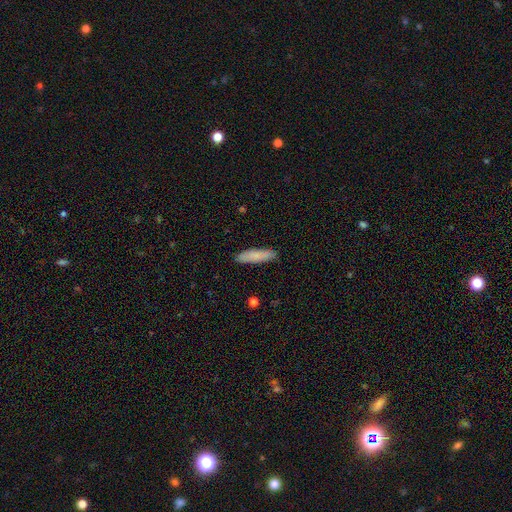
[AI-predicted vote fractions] This appears to be a smooth galaxy with no disk features (83%) that is cigar-shaped (77%). Merging: none (89%).